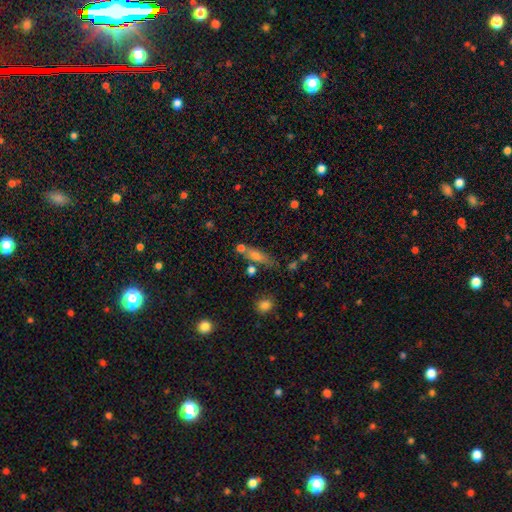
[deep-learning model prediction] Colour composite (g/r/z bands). It shows a smooth galaxy with no disk features (60%) that is cigar-shaped (59%). Merging: none (61%).